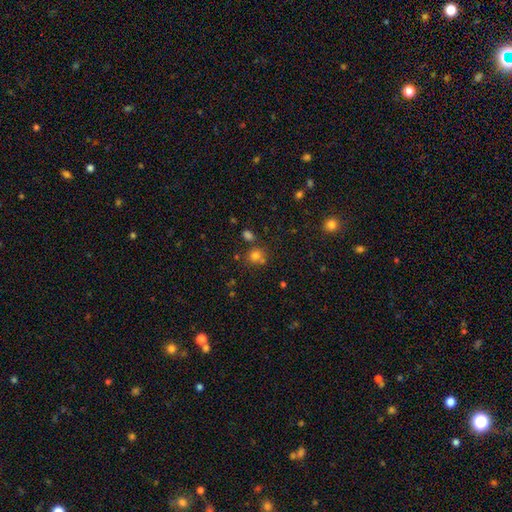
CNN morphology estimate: Q: Smooth or featured?
A: smooth (74%); runner-up: star or artifact (18%)
Q: How rounded?
A: round (81%); runner-up: in between (18%)
Q: Merging?
A: none (66%); runner-up: merger (18%)